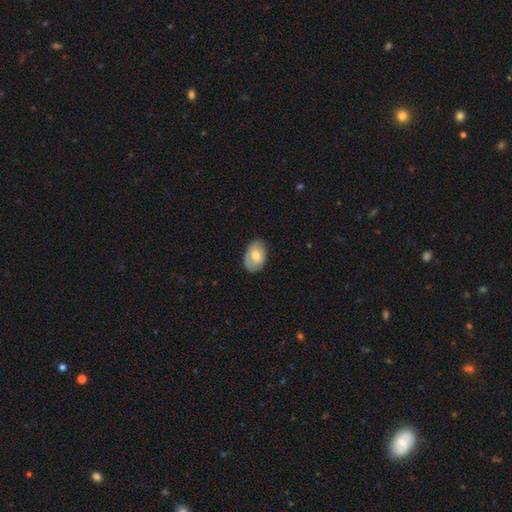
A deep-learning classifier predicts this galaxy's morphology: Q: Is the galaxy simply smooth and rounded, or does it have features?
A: smooth — 73%.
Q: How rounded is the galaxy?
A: in between — 86%.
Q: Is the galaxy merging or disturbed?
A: none — 76%.